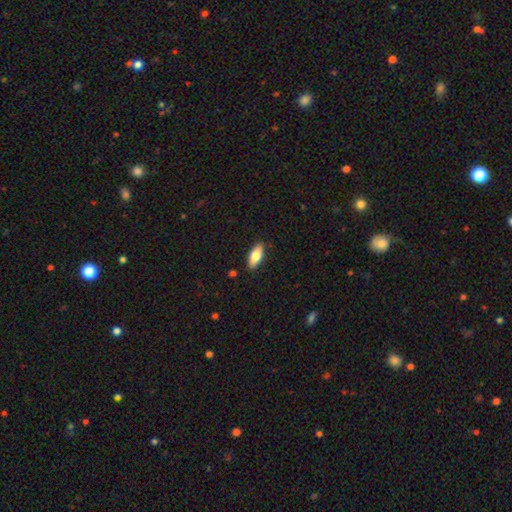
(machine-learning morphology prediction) smooth 75%, featured or disk 19%, star or artifact 6%. Down the decision tree: how rounded — in between (81%); merging — none (88%).